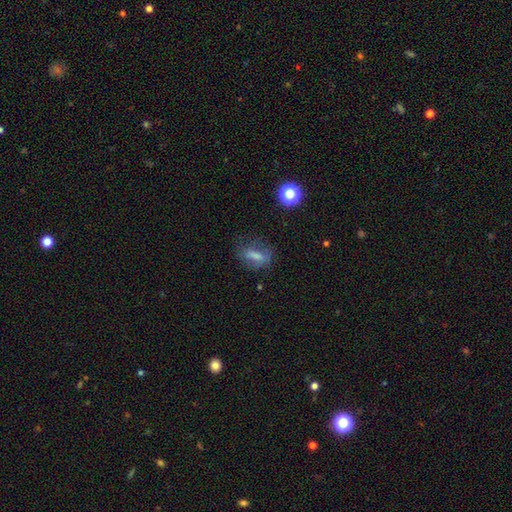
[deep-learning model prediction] smooth 63%, featured or disk 24%, star or artifact 13%. Down the decision tree: how rounded — in between (63%); merging — none (57%).